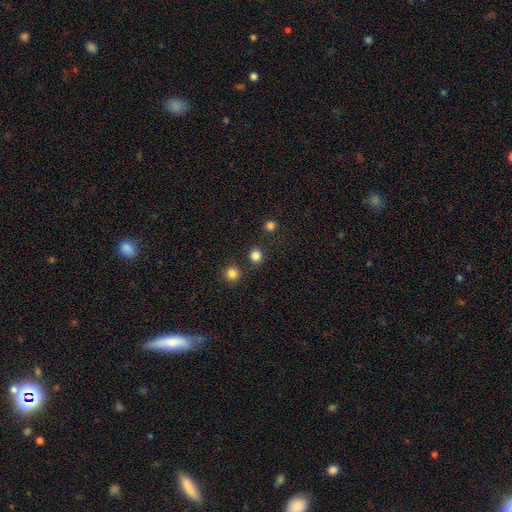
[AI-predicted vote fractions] Q: Smooth or featured?
A: smooth (83%); runner-up: star or artifact (14%)
Q: How rounded?
A: round (88%); runner-up: in between (11%)
Q: Merging?
A: none (86%); runner-up: minor disturbance (6%)